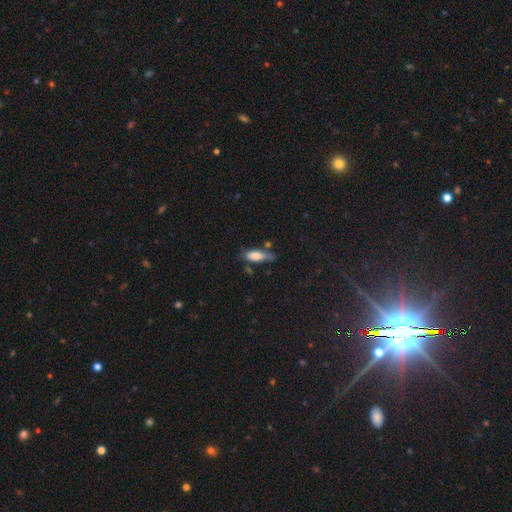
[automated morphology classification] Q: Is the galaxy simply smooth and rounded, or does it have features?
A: smooth — 79%.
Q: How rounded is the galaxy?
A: in between — 63%.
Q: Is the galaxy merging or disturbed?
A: none — 52%.